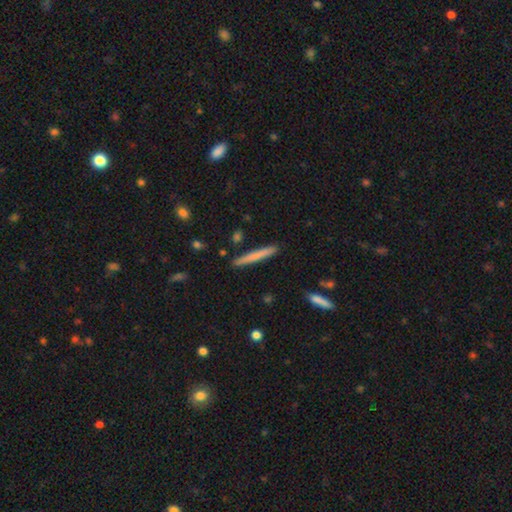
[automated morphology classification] A smooth galaxy with no disk features (67%) that is cigar-shaped (96%).

Vote fractions:
- Smooth or featured? smooth: 67% / featured or disk: 27% / star or artifact: 6%
- How rounded? cigar-shaped: 96% / in between: 2% / round: 1%
- Merging? none: 89% / minor disturbance: 7% / merger: 2% / major disturbance: 1%